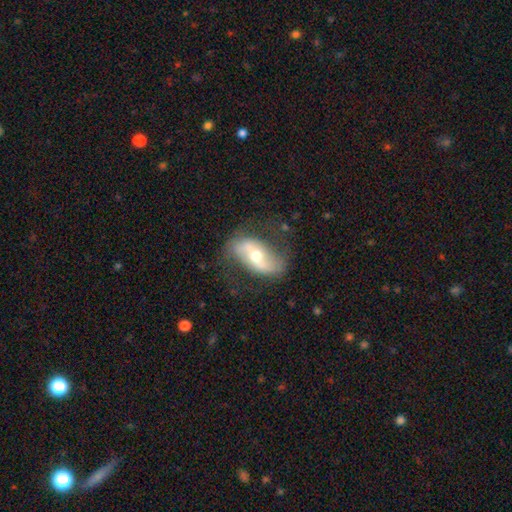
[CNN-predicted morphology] smooth-or-featured: featured or disk: 70% | smooth: 24% | star or artifact: 6%
  disk-edge-on: no: 90% | yes: 10%
    bar: no: 39% | strong: 32% | weak: 29%
    has-spiral-arms: yes: 78% | no: 22%
    bulge-size: moderate: 65% | small: 27% | large: 5% | dominant: 1% | none: 1%
  merging: none: 67% | minor disturbance: 20% | major disturbance: 10% | merger: 2%